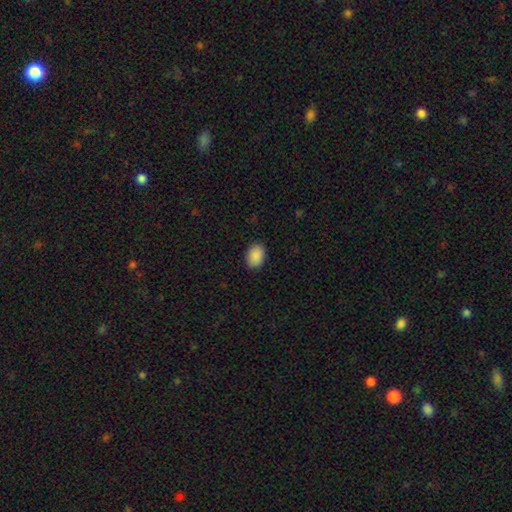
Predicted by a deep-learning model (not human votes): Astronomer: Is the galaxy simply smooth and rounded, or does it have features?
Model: smooth — 90%.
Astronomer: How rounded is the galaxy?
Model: in between — 78%.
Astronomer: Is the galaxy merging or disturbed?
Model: none — 89%.